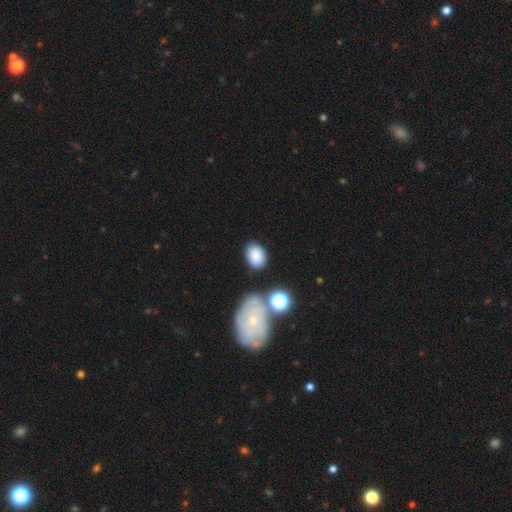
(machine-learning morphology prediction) Smooth or featured? Predicted: smooth (p=0.82). How rounded? Predicted: in between (p=0.69). Merging? Predicted: none (p=0.75).